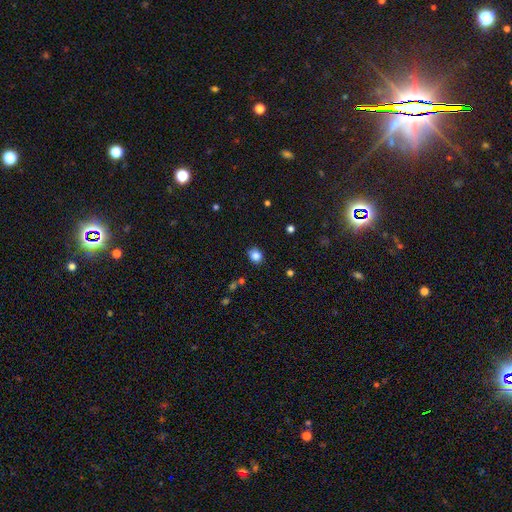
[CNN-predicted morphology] smooth_or_featured: smooth (p=0.84) [alt: star or artifact p=0.11]
how_rounded: round (p=0.62) [alt: in between p=0.38]
merging: none (p=0.85) [alt: minor disturbance p=0.11]